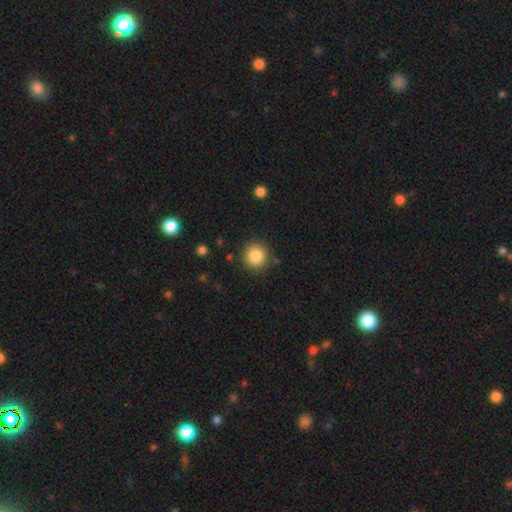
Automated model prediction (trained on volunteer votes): This appears to be a smooth galaxy with no disk features (85%) that is round (94%). Merging: none (88%).